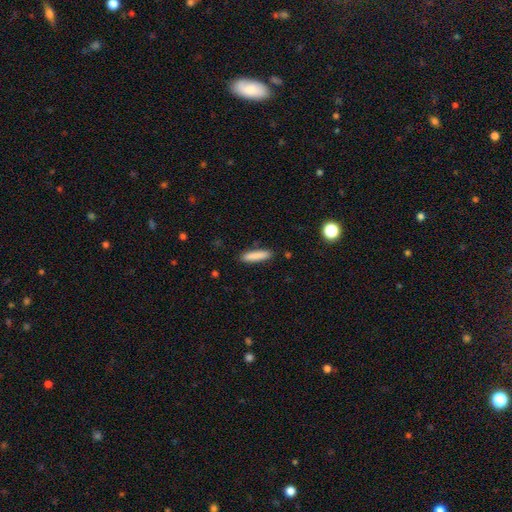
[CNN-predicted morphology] A smooth galaxy with no disk features (86%) that is cigar-shaped (81%).

Vote fractions:
- Smooth or featured? smooth: 86% / featured or disk: 7% / star or artifact: 7%
- How rounded? cigar-shaped: 81% / in between: 17% / round: 1%
- Merging? none: 88% / minor disturbance: 9% / major disturbance: 2% / merger: 2%